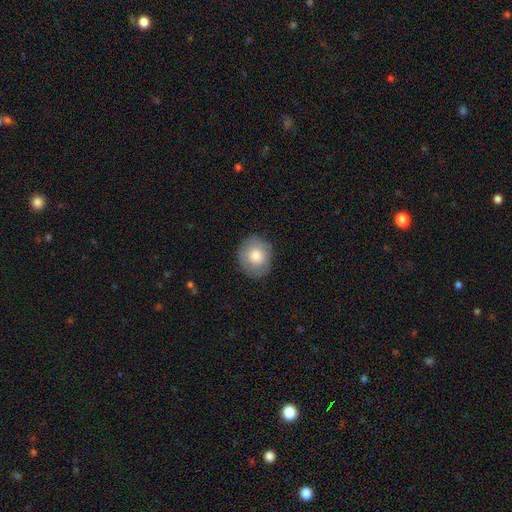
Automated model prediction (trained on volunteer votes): A smooth galaxy with no disk features (76%) that is round (76%). Merging: none (80%).